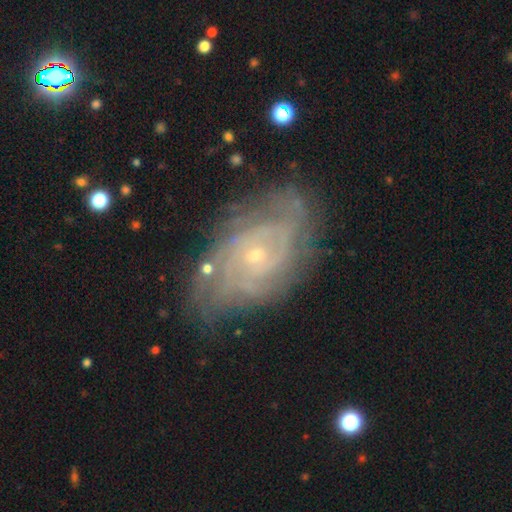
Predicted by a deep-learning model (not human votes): featured or disk 85%, smooth 8%, star or artifact 7%. Down the decision tree: edge-on disk — no (96%); bar — no (73%); spiral arms — yes (96%); spiral arm count — can't tell (31%); spiral winding — tight (68%); bulge size — small (77%); merging — none (73%).